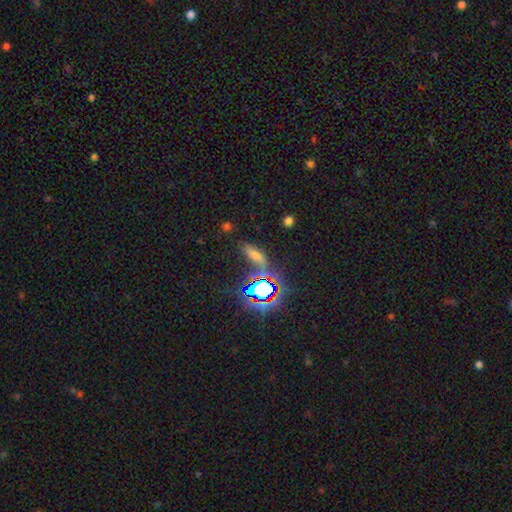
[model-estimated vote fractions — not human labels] Smooth or featured? Predicted: smooth (p=0.47). Merging? Predicted: none (p=0.59).